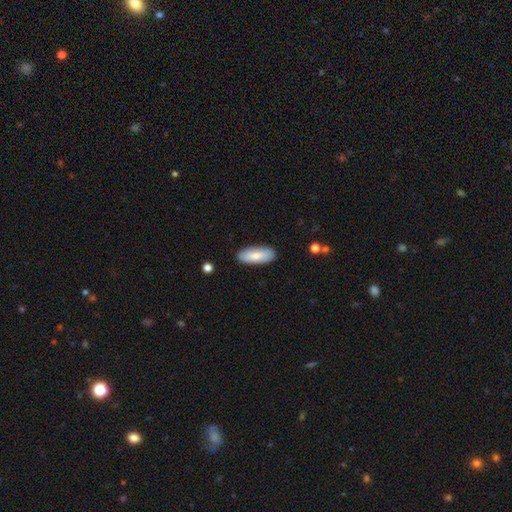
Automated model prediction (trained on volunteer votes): Q: Smooth or featured?
A: smooth (82%); runner-up: featured or disk (13%)
Q: How rounded?
A: in between (78%); runner-up: cigar-shaped (21%)
Q: Merging?
A: none (88%); runner-up: minor disturbance (9%)